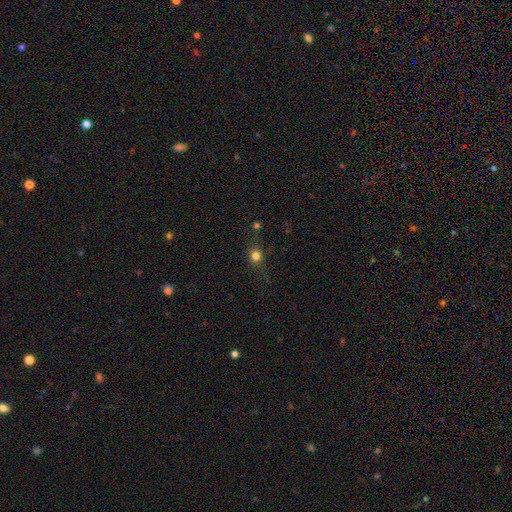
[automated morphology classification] Smooth or featured?
  - smooth: 71% *
  - star or artifact: 18%
  - featured or disk: 10%
How rounded?
  - round: 81% *
  - in between: 17%
  - cigar-shaped: 2%
Merging?
  - none: 73% *
  - minor disturbance: 16%
  - major disturbance: 7%
  - merger: 4%